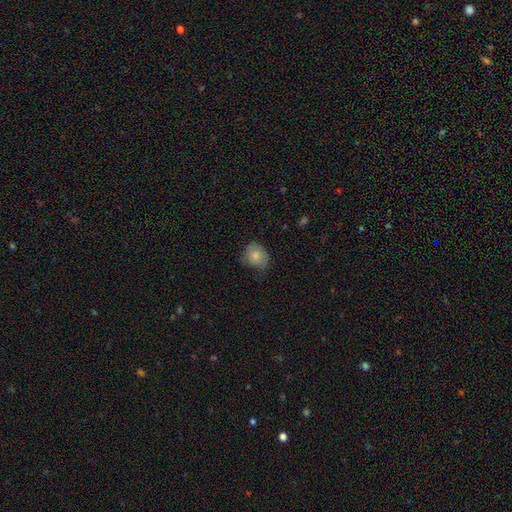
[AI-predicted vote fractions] The model was most divided on "how rounded": round: 59%, in between: 40%, cigar-shaped: 1%. More confident: smooth or featured — smooth (79%); merging — none (58%).